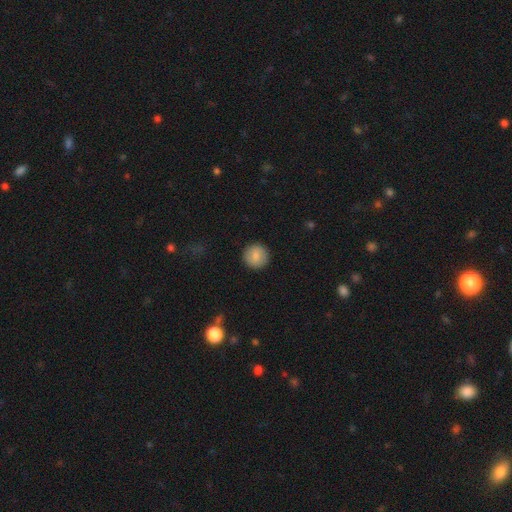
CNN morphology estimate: The model was most divided on "smooth or featured": smooth: 85%, star or artifact: 7%, featured or disk: 7%. More confident: how rounded — round (94%); merging — none (92%).